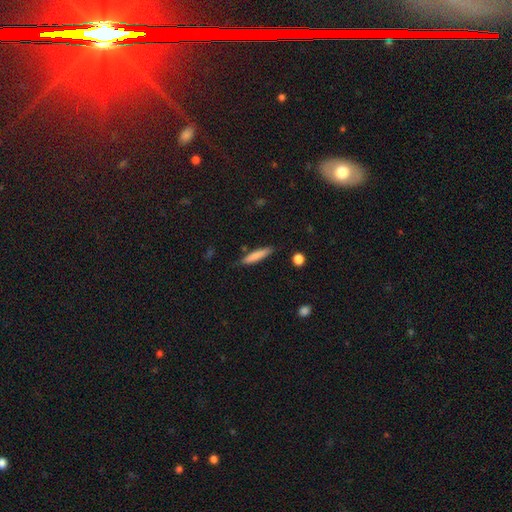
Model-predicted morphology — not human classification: smooth_or_featured: smooth (p=0.80) [alt: featured or disk p=0.14]
how_rounded: cigar-shaped (p=0.87) [alt: in between p=0.12]
merging: none (p=0.83) [alt: minor disturbance p=0.13]